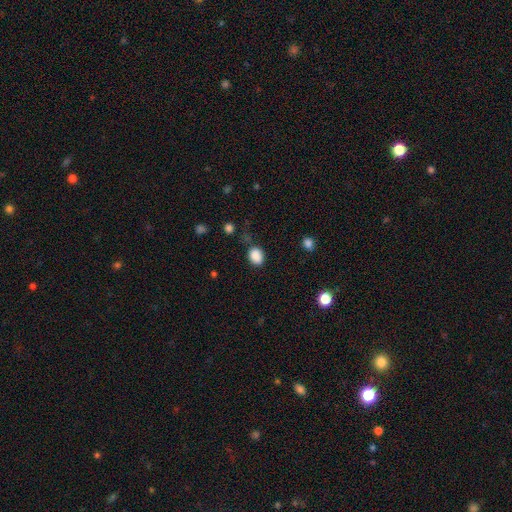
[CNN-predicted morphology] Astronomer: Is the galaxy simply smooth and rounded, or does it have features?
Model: smooth — 87%.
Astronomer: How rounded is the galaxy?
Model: in between — 58% (runner-up: round, 41%).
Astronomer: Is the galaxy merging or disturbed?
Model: none — 74%.